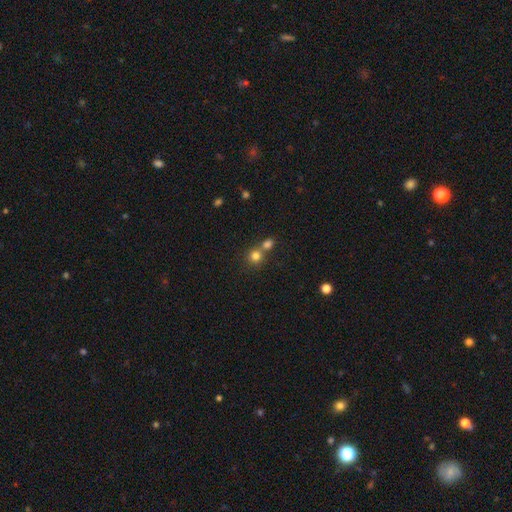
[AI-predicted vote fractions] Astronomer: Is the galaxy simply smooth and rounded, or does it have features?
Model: smooth — 79%.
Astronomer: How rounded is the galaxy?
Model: round — 88%.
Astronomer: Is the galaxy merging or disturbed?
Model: none — 49% (runner-up: merger, 42%).